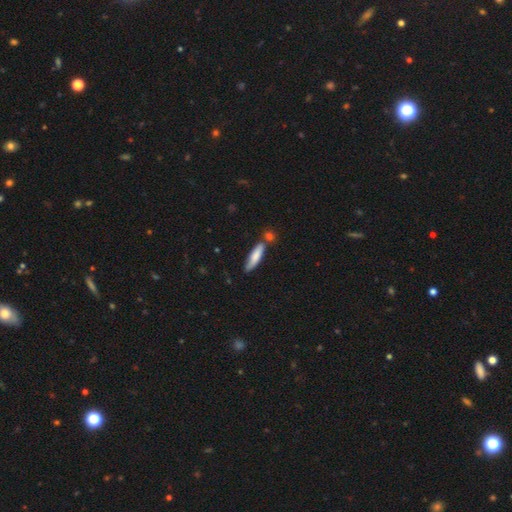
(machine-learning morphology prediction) Smooth or featured? smooth (75%)
How rounded? cigar-shaped (74%)
Merging? none (63%)